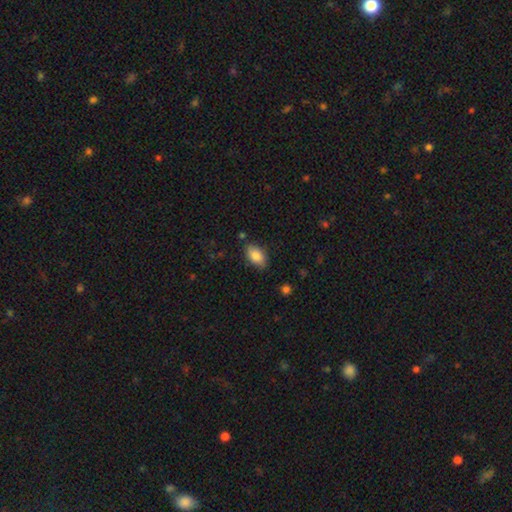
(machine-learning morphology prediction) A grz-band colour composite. It shows a smooth galaxy with no disk features (86%) that is in between round and cigar-shaped (92%). Merging: none (81%).